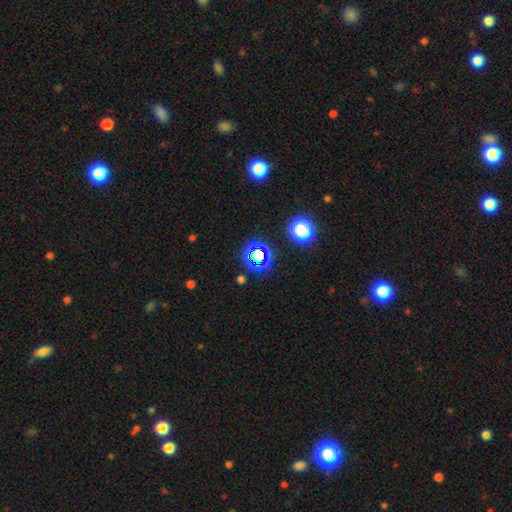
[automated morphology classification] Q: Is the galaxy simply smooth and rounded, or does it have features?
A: star or artifact — 65%.